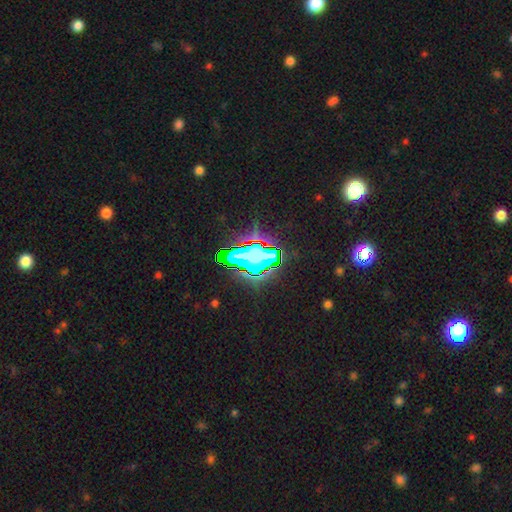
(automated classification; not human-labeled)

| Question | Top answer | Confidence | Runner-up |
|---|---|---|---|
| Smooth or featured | star or artifact | 66% | smooth (20%) |